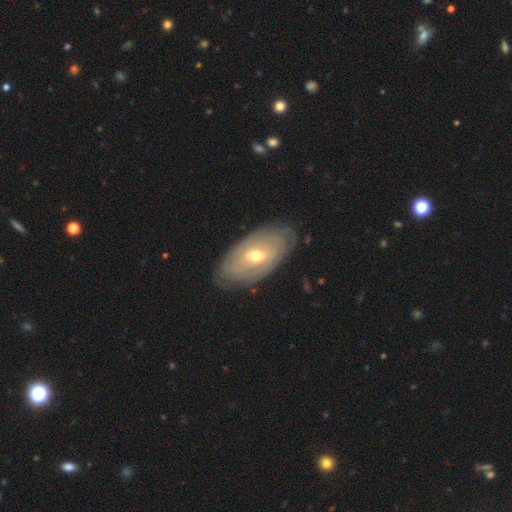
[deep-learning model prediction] Morphology: type=featured or disk (66%); edge-on=no (90%); bar=no (46%); spiral arms=yes (61%); bulge=moderate (56%); merging=none (81%).